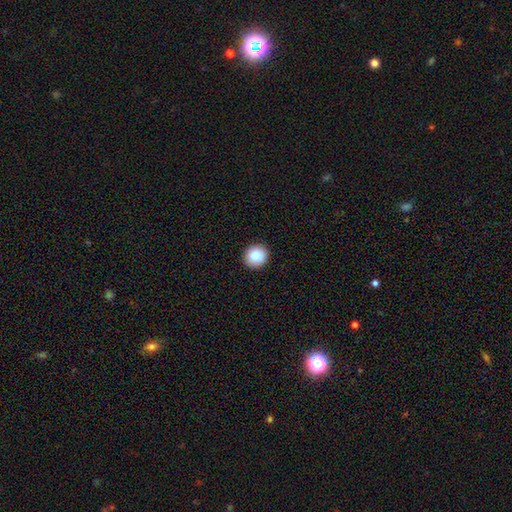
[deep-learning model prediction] Morphology: type=smooth (84%); roundness=round (90%); merging=none (91%).